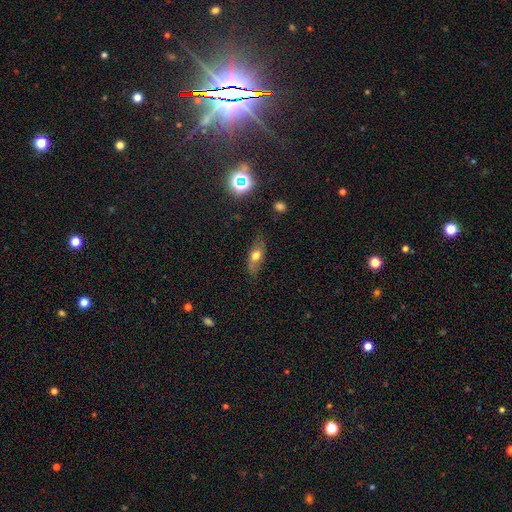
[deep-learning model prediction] A smooth galaxy with no disk features (58%) that is in between round and cigar-shaped (69%). Merging: none (74%).